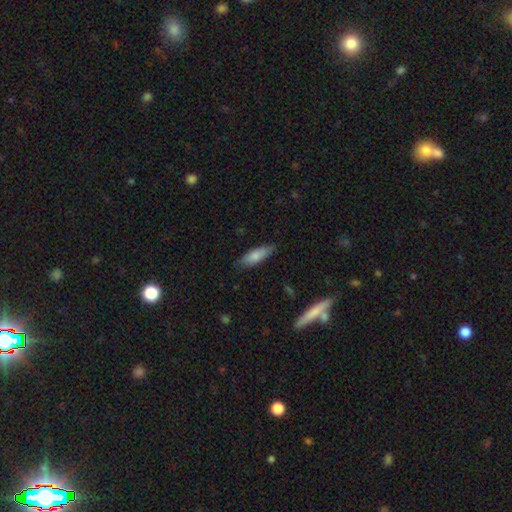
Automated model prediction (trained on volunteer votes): This appears to be a smooth galaxy with no disk features (82%) that is in between round and cigar-shaped (57%). Merging: none (80%).